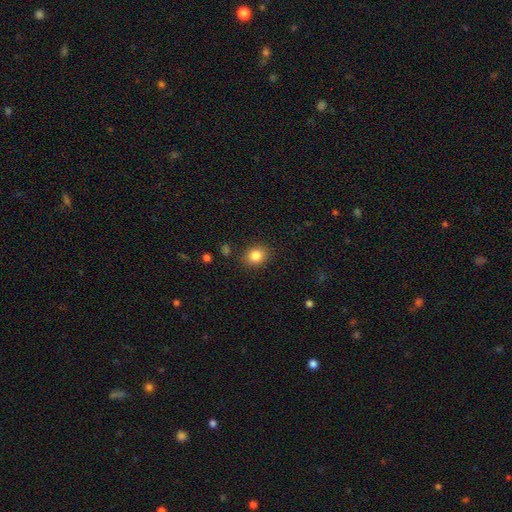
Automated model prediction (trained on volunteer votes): This is clearly a smooth galaxy (84%). How rounded: possibly round (58%). Merging: clearly none (86%).